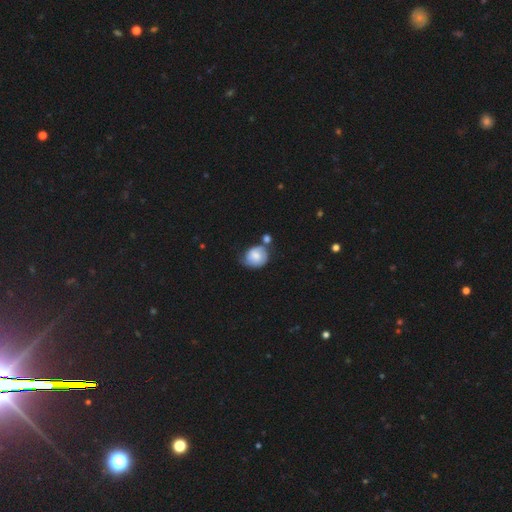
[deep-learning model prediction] The model was most divided on "merging": none: 43%, minor disturbance: 27%, merger: 21%, major disturbance: 10%. More confident: how rounded — round (65%); smooth or featured — smooth (58%).